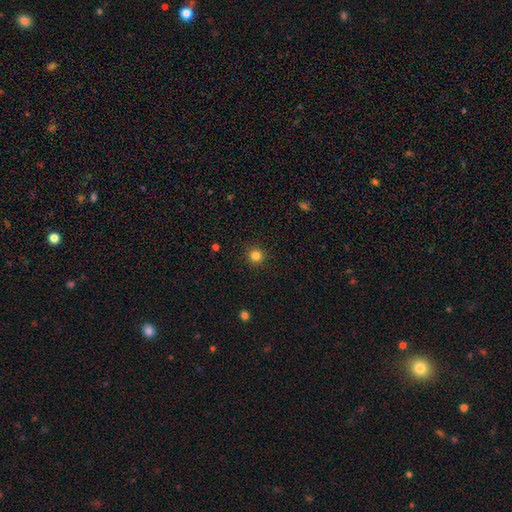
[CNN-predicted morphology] smooth_or_featured: smooth (p=0.83) [alt: star or artifact p=0.13]
how_rounded: round (p=0.95) [alt: in between p=0.04]
merging: none (p=0.92) [alt: minor disturbance p=0.06]